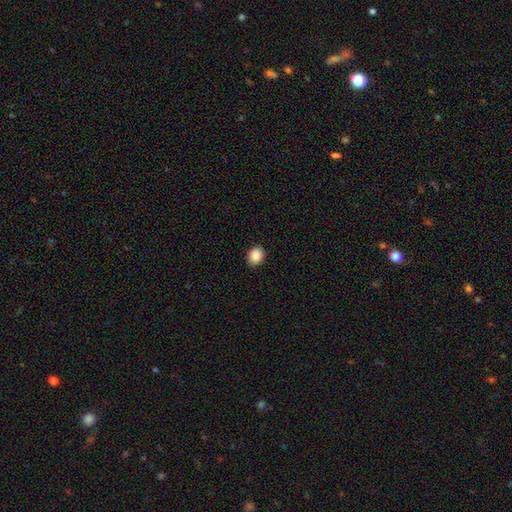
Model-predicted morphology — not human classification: A smooth galaxy with no disk features (88%) that is round (66%). Merging: none (89%).